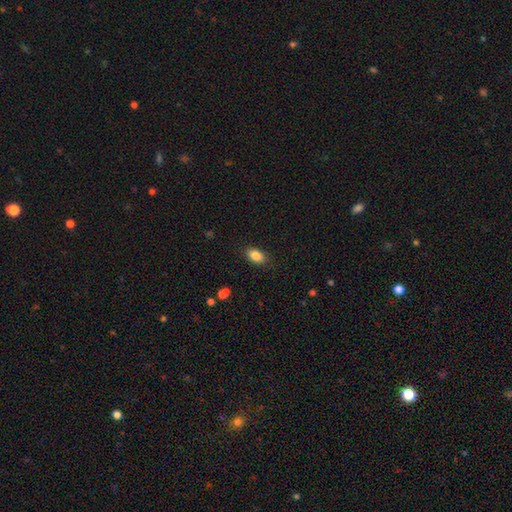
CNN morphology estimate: Smooth or featured?
  - smooth: 86% *
  - star or artifact: 8%
  - featured or disk: 6%
How rounded?
  - in between: 89% *
  - round: 9%
  - cigar-shaped: 2%
Merging?
  - none: 87% *
  - minor disturbance: 10%
  - major disturbance: 2%
  - merger: 1%